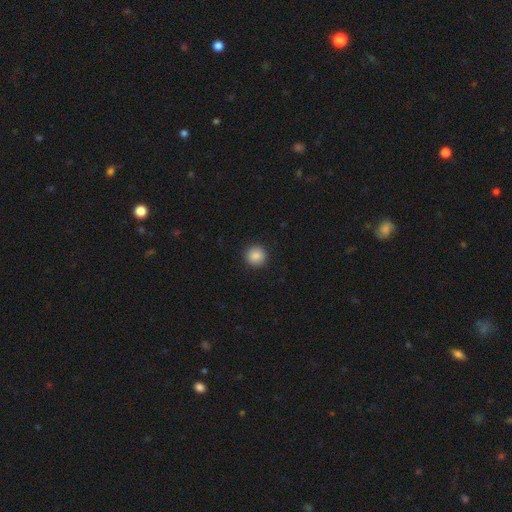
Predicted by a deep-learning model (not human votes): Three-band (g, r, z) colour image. It shows a smooth galaxy with no disk features (87%) that is round (95%). Merging: none (93%).